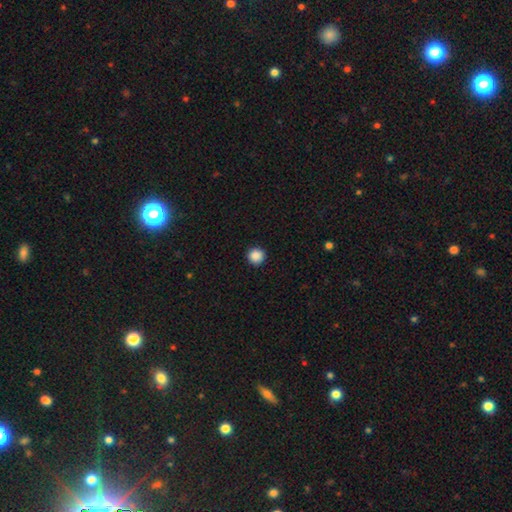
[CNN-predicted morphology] type=smooth (88%); roundness=round (95%); merging=none (92%).